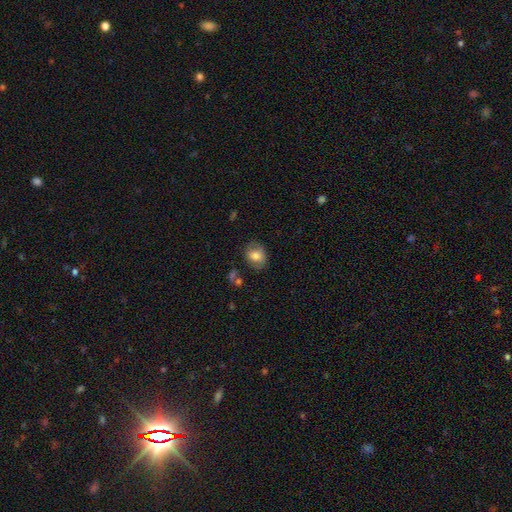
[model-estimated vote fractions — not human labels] Smooth or featured: smooth — 73% (featured or disk — 19%)
How rounded: in between — 50% (round — 49%)
Merging: none — 74% (minor disturbance — 17%)